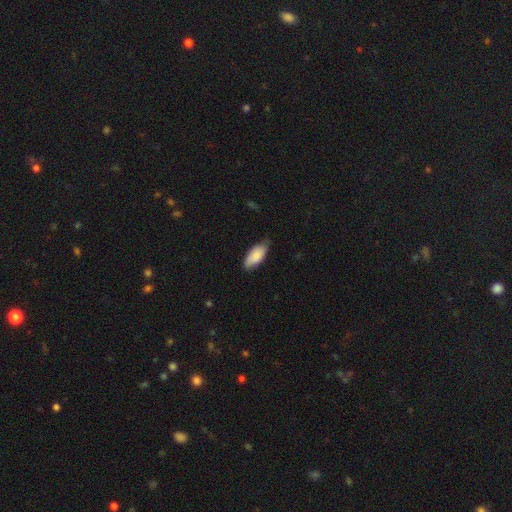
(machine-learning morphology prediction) smooth_or_featured: smooth (p=0.85) [alt: featured or disk p=0.09]
how_rounded: in between (p=0.87) [alt: cigar-shaped p=0.11]
merging: none (p=0.71) [alt: minor disturbance p=0.24]